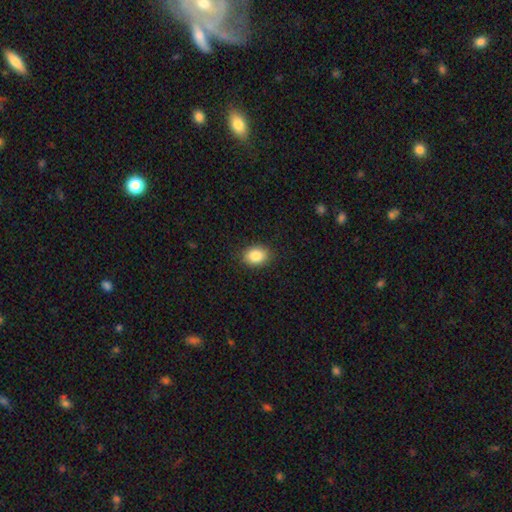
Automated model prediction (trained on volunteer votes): smooth_or_featured: smooth (p=0.86) [alt: star or artifact p=0.08]
how_rounded: in between (p=0.63) [alt: round p=0.36]
merging: none (p=0.88) [alt: minor disturbance p=0.09]